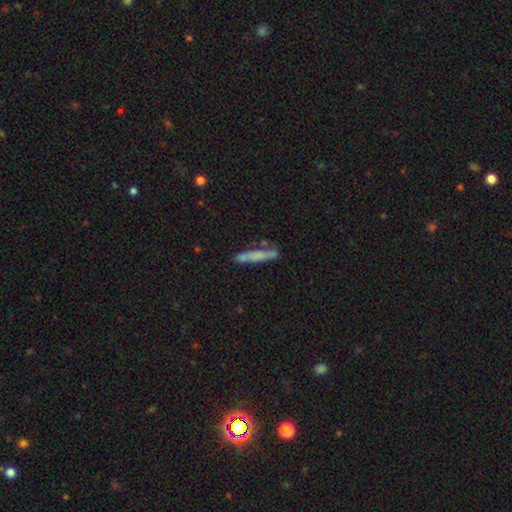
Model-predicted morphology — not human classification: This is likely a smooth galaxy (61%). How rounded: clearly cigar-shaped (92%). Merging: likely none (71%).